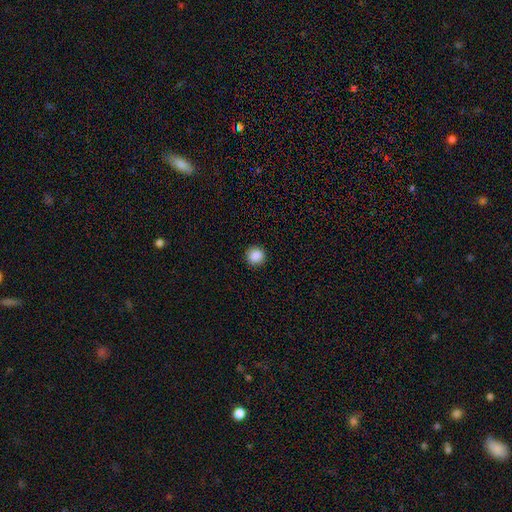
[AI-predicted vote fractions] The model was most divided on "smooth or featured": smooth: 89%, star or artifact: 9%, featured or disk: 3%. More confident: how rounded — round (94%); merging — none (92%).